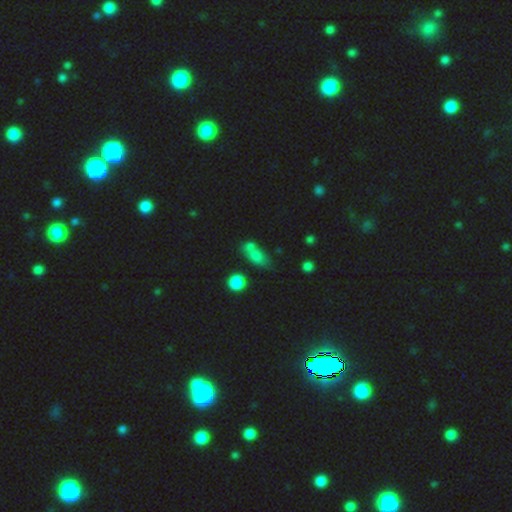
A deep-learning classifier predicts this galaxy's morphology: This appears to be a smooth galaxy with no disk features (68%) that is in between round and cigar-shaped (67%). Merging: none (39%).